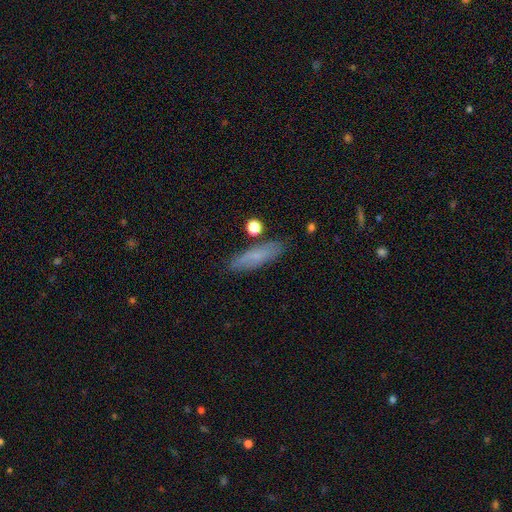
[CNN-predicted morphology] A smooth galaxy with no disk features (71%) that is cigar-shaped (64%).

Vote fractions:
- Smooth or featured? smooth: 71% / featured or disk: 20% / star or artifact: 9%
- How rounded? cigar-shaped: 64% / in between: 33% / round: 3%
- Merging? none: 82% / minor disturbance: 12% / merger: 3% / major disturbance: 3%